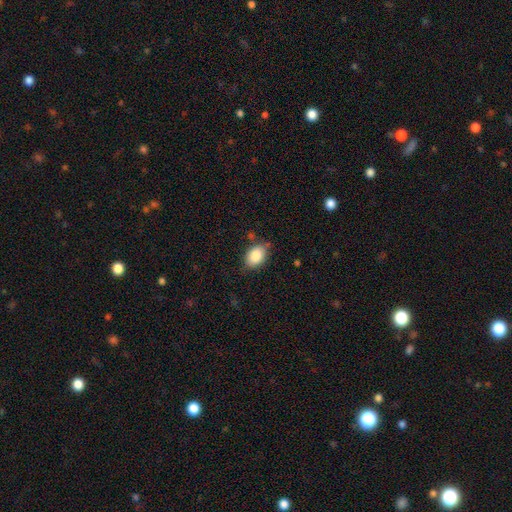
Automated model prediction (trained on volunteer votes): Q: Smooth or featured?
A: smooth (85%); runner-up: featured or disk (8%)
Q: How rounded?
A: in between (83%); runner-up: round (15%)
Q: Merging?
A: none (75%); runner-up: minor disturbance (19%)